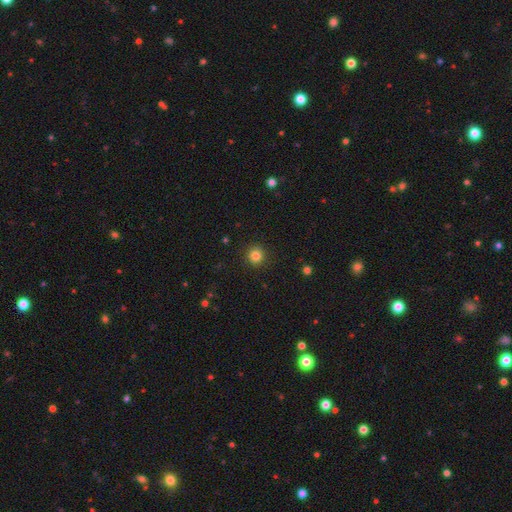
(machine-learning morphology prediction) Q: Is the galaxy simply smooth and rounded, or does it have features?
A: smooth — 83%.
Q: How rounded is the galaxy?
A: round — 93%.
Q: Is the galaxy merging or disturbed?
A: none — 92%.